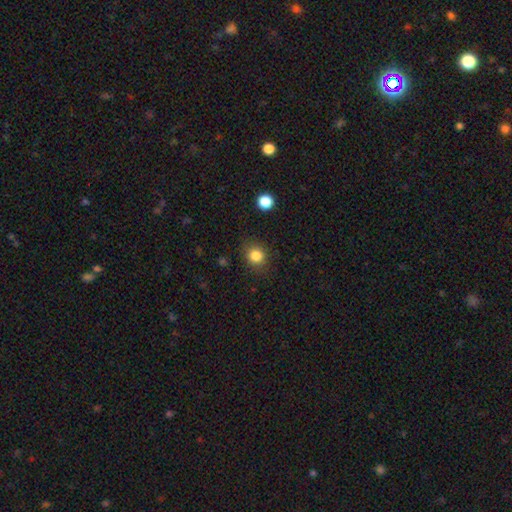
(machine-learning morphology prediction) smooth-or-featured: smooth: 84% | star or artifact: 11% | featured or disk: 5%
  how-rounded: round: 79% | in between: 20% | cigar-shaped: 1%
  merging: none: 83% | minor disturbance: 12% | major disturbance: 4% | merger: 1%